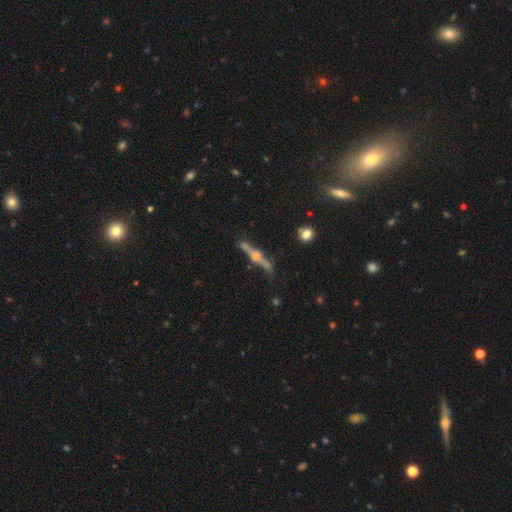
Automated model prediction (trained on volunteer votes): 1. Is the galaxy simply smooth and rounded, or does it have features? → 79% featured or disk, 13% smooth, 8% star or artifact.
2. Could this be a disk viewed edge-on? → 95% yes, 5% no.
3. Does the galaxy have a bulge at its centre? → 90% rounded, 5% boxy, 5% none.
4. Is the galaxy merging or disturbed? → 74% none, 16% minor disturbance, 5% merger, 5% major disturbance.